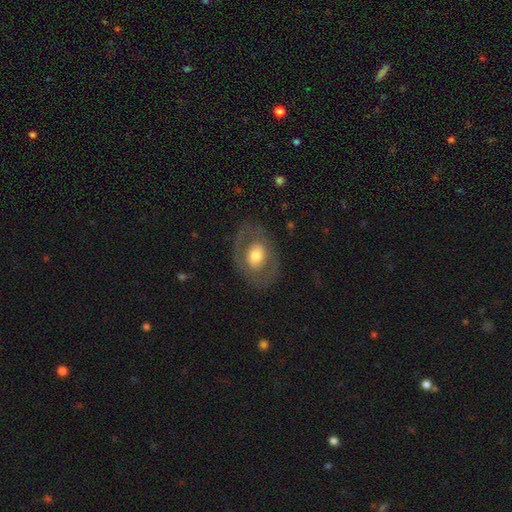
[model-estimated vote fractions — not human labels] Smooth or featured?
  - featured or disk: 48% *
  - smooth: 46%
  - star or artifact: 6%
Merging?
  - none: 76% *
  - minor disturbance: 13%
  - major disturbance: 9%
  - merger: 1%